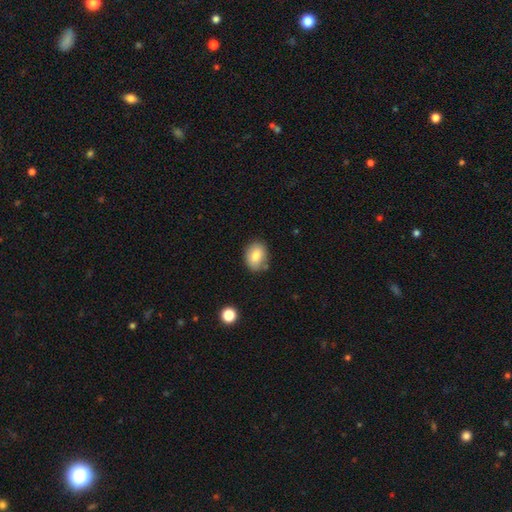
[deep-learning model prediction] smooth 81%, featured or disk 11%, star or artifact 8%. Down the decision tree: how rounded — in between (63%); merging — none (76%).